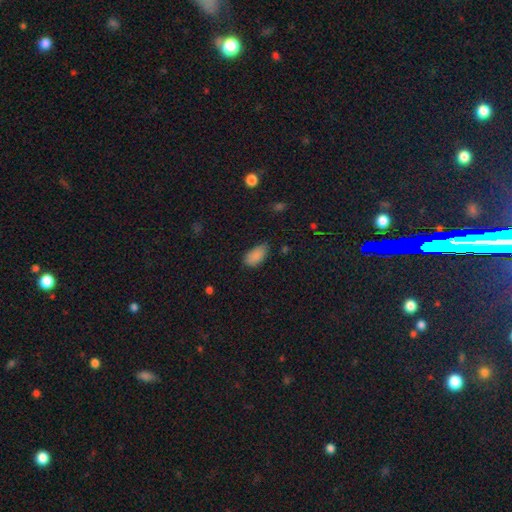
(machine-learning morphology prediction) Overall: smooth (87%). How rounded: in between (93%). Merging: none (68%).